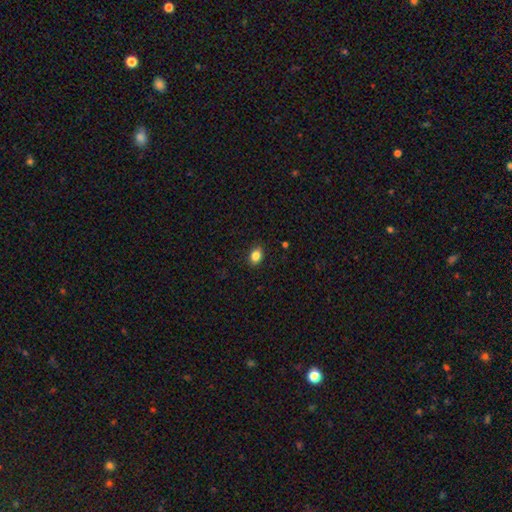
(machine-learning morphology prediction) Smooth or featured?
  - smooth: 86% *
  - star or artifact: 10%
  - featured or disk: 5%
How rounded?
  - in between: 74% *
  - round: 24%
  - cigar-shaped: 1%
Merging?
  - none: 89% *
  - minor disturbance: 8%
  - major disturbance: 2%
  - merger: 1%